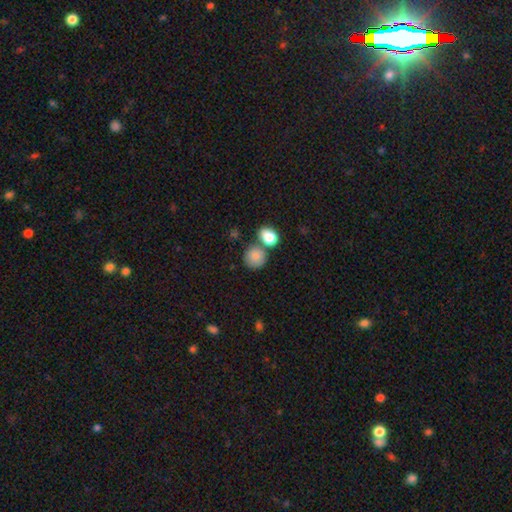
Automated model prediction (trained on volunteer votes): This is clearly a smooth galaxy (82%). How rounded: clearly round (84%). Merging: possibly none (59%).